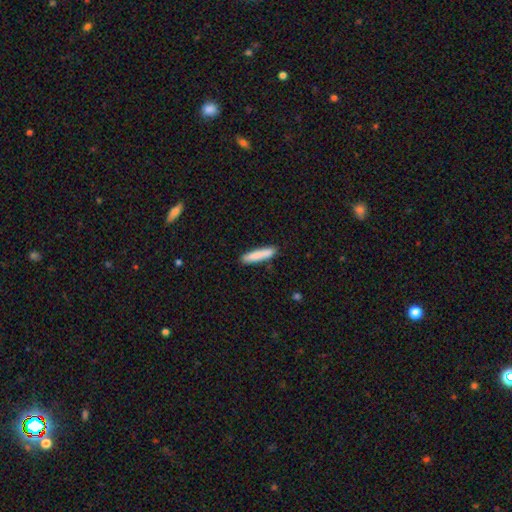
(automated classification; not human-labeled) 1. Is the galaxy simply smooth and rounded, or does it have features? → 82% smooth, 12% featured or disk, 6% star or artifact.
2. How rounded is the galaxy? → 90% cigar-shaped, 9% in between, 1% round.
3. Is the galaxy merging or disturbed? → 87% none, 9% minor disturbance, 2% merger, 2% major disturbance.